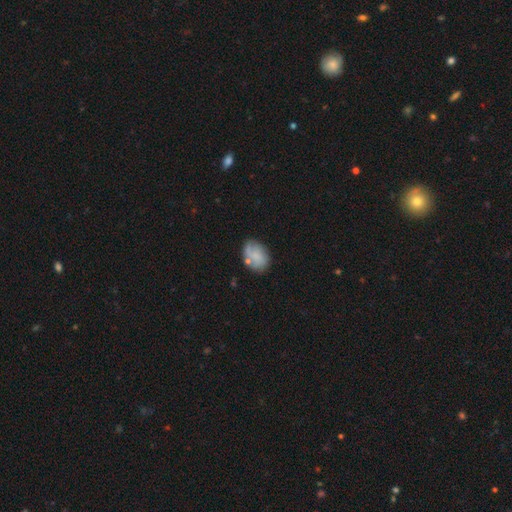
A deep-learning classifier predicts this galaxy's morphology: smooth-or-featured: smooth: 70% | featured or disk: 22% | star or artifact: 8%
  how-rounded: in between: 76% | round: 23% | cigar-shaped: 1%
  merging: none: 58% | minor disturbance: 25% | merger: 9% | major disturbance: 9%